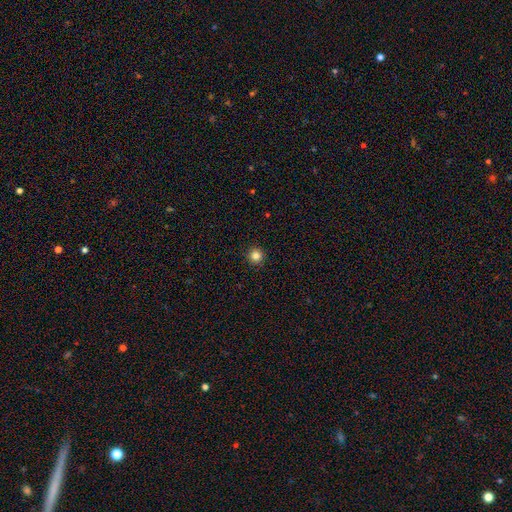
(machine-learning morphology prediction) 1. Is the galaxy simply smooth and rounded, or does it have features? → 84% smooth, 12% star or artifact, 4% featured or disk.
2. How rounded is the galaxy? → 96% round, 3% in between, 1% cigar-shaped.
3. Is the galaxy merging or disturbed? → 93% none, 4% minor disturbance, 2% major disturbance, 1% merger.